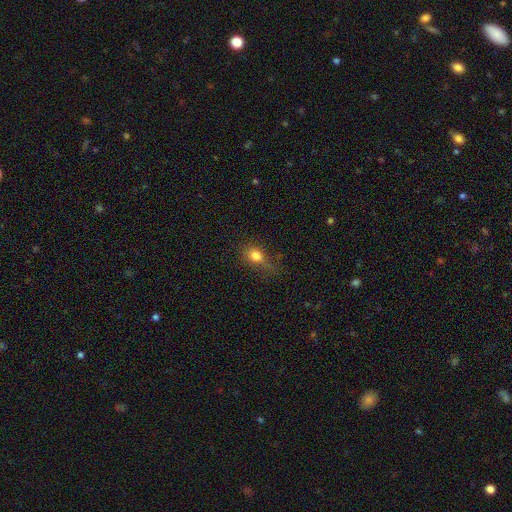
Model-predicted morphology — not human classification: The model was most divided on "how rounded": in between: 54%, round: 43%, cigar-shaped: 4%. More confident: smooth or featured — smooth (79%); merging — none (52%).